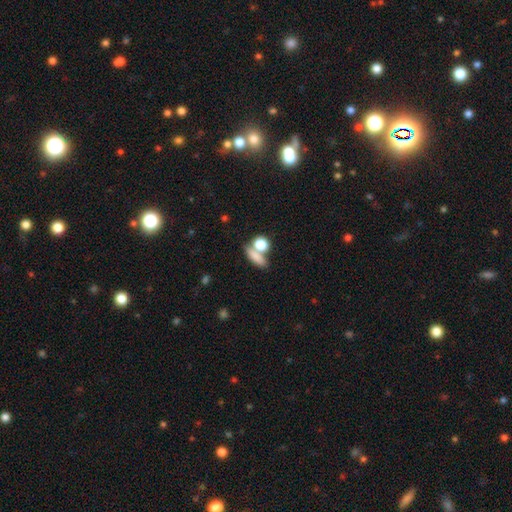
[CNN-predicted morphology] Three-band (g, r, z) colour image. It shows a smooth galaxy with no disk features (77%) that is in between round and cigar-shaped (44%). Merging: none (52%).